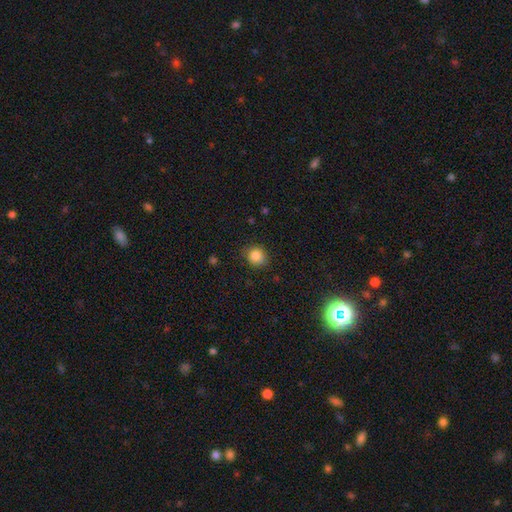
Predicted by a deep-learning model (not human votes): Smooth or featured? Predicted: smooth (p=0.85). How rounded? Predicted: round (p=0.80). Merging? Predicted: none (p=0.83).